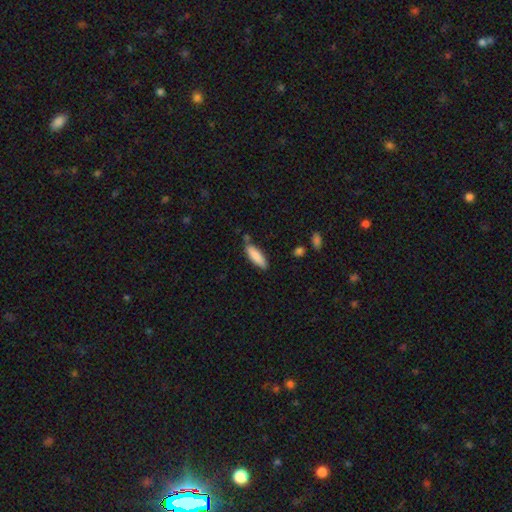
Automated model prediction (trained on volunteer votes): Smooth or featured: smooth — 87% (featured or disk — 7%)
How rounded: cigar-shaped — 54% (in between — 45%)
Merging: none — 72% (minor disturbance — 19%)